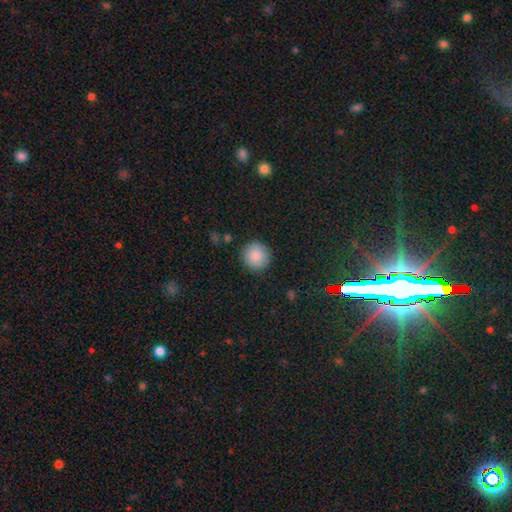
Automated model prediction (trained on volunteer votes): Morphology: type=smooth (87%); roundness=round (94%); merging=none (90%).